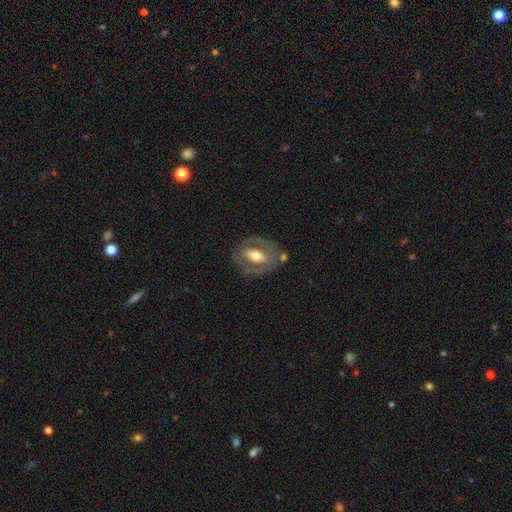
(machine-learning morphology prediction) featured or disk 60%, smooth 34%, star or artifact 6%. Down the decision tree: edge-on disk — no (90%); bar — no (40%); spiral arms — no (73%); bulge size — moderate (68%); merging — none (68%).